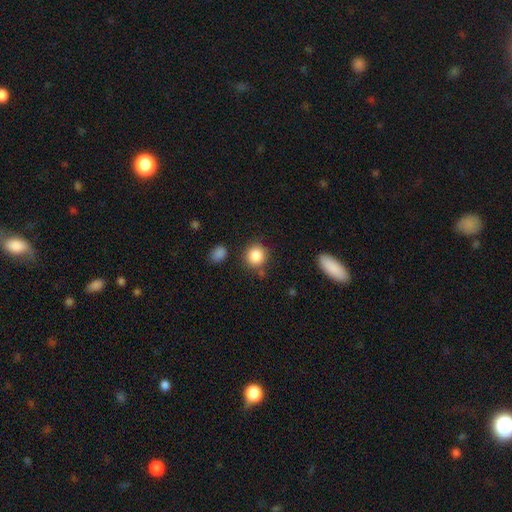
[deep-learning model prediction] This is clearly a smooth galaxy (86%). How rounded: clearly round (87%). Merging: clearly none (82%).